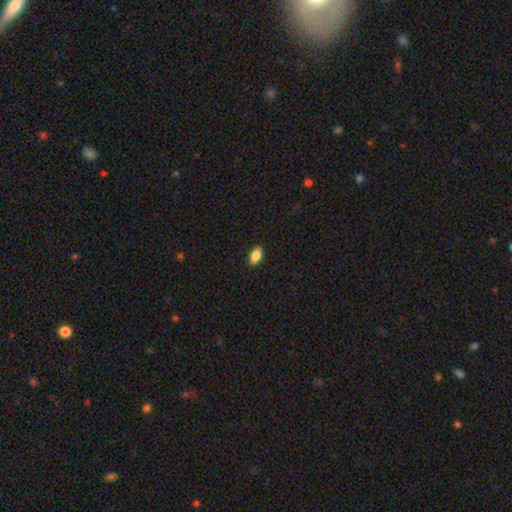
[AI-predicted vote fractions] A smooth galaxy with no disk features (83%) that is in between round and cigar-shaped (90%). Merging: none (89%).